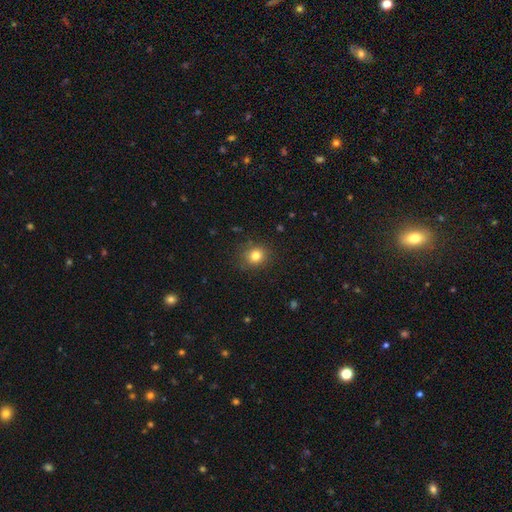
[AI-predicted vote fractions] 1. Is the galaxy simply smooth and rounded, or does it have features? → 81% smooth, 12% star or artifact, 6% featured or disk.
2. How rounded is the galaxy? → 80% round, 19% in between, 1% cigar-shaped.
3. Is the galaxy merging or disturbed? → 86% none, 10% minor disturbance, 3% major disturbance, 1% merger.